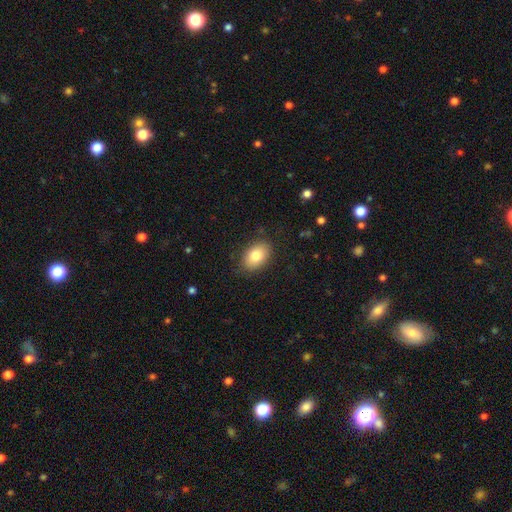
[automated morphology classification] Q: Smooth or featured?
A: smooth (80%); runner-up: featured or disk (12%)
Q: How rounded?
A: in between (86%); runner-up: round (13%)
Q: Merging?
A: none (85%); runner-up: minor disturbance (11%)